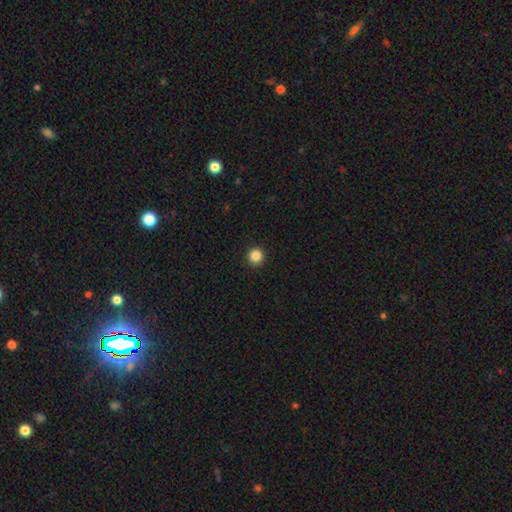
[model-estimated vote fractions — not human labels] Smooth or featured? Predicted: smooth (p=0.86). How rounded? Predicted: round (p=0.95). Merging? Predicted: none (p=0.93).